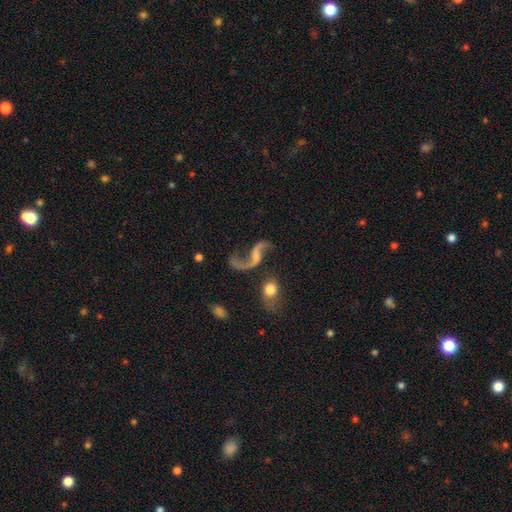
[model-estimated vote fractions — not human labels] Q: Smooth or featured?
A: featured or disk (86%); runner-up: smooth (7%)
Q: Edge-on disk?
A: no (97%); runner-up: yes (3%)
Q: Bar?
A: no (47%); runner-up: weak (39%)
Q: Spiral arms?
A: yes (94%); runner-up: no (6%)
Q: Spiral winding?
A: loose (90%); runner-up: medium (8%)
Q: Spiral arm count?
A: 2 (90%); runner-up: 1 (6%)
Q: Bulge size?
A: none (39%); tied with: small (39%)
Q: Merging?
A: none (57%); runner-up: major disturbance (18%)